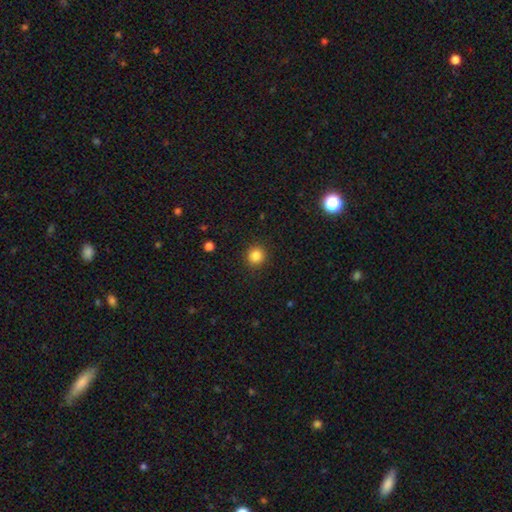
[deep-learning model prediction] The model was most divided on "smooth or featured": smooth: 85%, star or artifact: 11%, featured or disk: 4%. More confident: how rounded — round (93%); merging — none (91%).